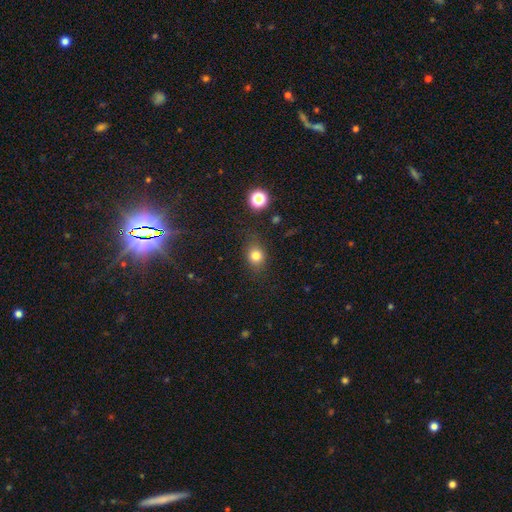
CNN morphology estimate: Smooth or featured?
  - smooth: 79% *
  - star or artifact: 14%
  - featured or disk: 7%
How rounded?
  - round: 65% *
  - in between: 34%
  - cigar-shaped: 1%
Merging?
  - none: 79% *
  - minor disturbance: 15%
  - major disturbance: 5%
  - merger: 2%